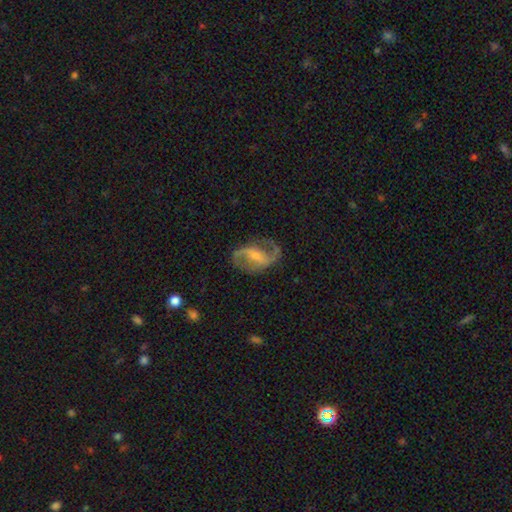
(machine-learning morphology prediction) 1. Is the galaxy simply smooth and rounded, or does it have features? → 86% featured or disk, 9% smooth, 6% star or artifact.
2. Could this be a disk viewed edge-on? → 97% no, 3% yes.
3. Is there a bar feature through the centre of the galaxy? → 45% weak, 38% strong, 18% no.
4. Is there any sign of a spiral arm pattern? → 94% yes, 6% no.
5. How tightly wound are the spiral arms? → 47% medium, 43% loose, 11% tight.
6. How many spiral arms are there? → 91% 2, 3% 1, 3% can't tell, 1% 3, 1% 4, 1% more than 4.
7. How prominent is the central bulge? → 42% small, 30% moderate, 22% none, 6% large, 1% dominant.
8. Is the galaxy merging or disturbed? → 75% none, 14% minor disturbance, 9% major disturbance, 2% merger.